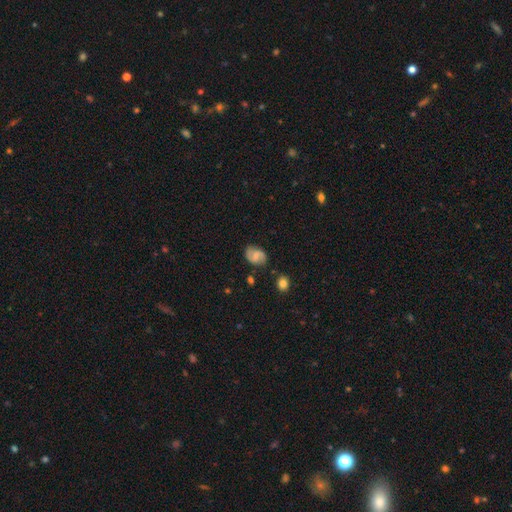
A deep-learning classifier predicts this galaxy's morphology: Smooth or featured? featured or disk (58%)
Edge-on disk? no (97%)
Bar? weak (50%)
Spiral arms? yes (89%)
Spiral winding? medium (47%)
Spiral arm count? 2 (89%)
Bulge size? small (45%)
Merging? none (77%)